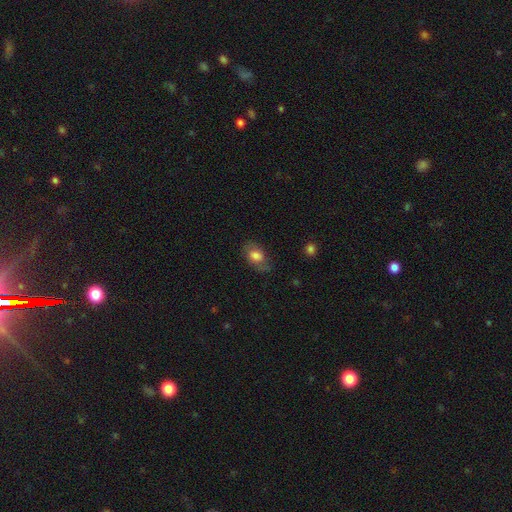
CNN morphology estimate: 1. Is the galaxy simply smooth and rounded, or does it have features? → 57% smooth, 34% featured or disk, 9% star or artifact.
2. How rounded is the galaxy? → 77% in between, 21% round, 2% cigar-shaped.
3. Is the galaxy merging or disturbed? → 64% none, 23% minor disturbance, 12% major disturbance, 2% merger.